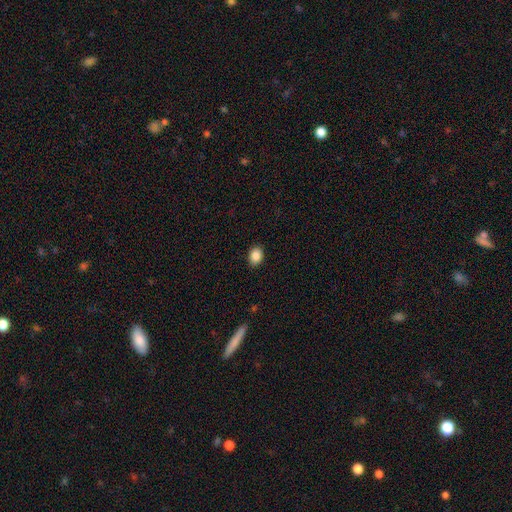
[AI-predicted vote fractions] Smooth or featured?
  - smooth: 88% *
  - star or artifact: 9%
  - featured or disk: 4%
How rounded?
  - in between: 65% *
  - round: 34%
  - cigar-shaped: 1%
Merging?
  - none: 90% *
  - minor disturbance: 7%
  - major disturbance: 2%
  - merger: 1%